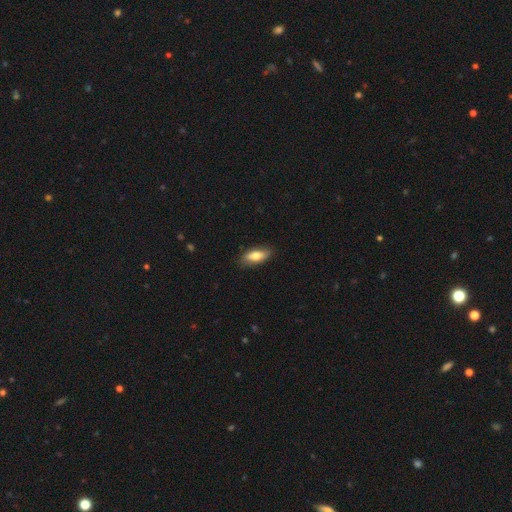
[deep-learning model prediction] Smooth or featured? smooth (73%)
How rounded? in between (78%)
Merging? none (84%)